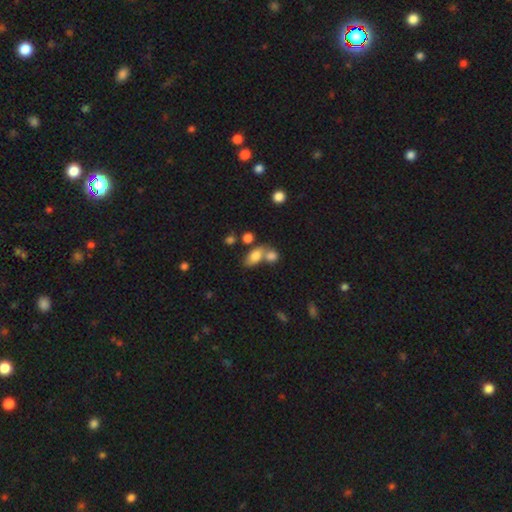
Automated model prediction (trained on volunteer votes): Smooth or featured? smooth (78%)
How rounded? in between (85%)
Merging? merger (43%)